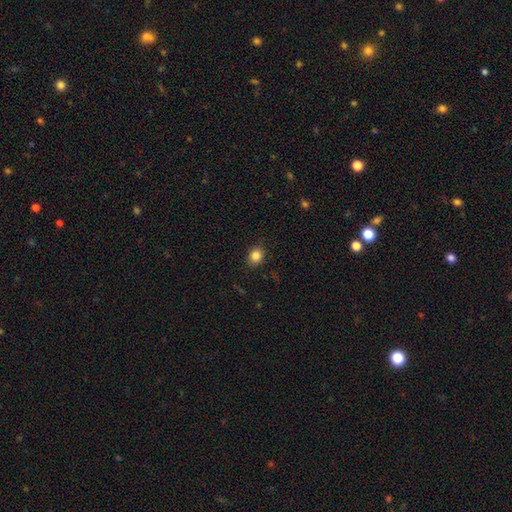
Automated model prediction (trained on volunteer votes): smooth 84%, star or artifact 11%, featured or disk 5%. Down the decision tree: how rounded — round (62%); merging — none (85%).